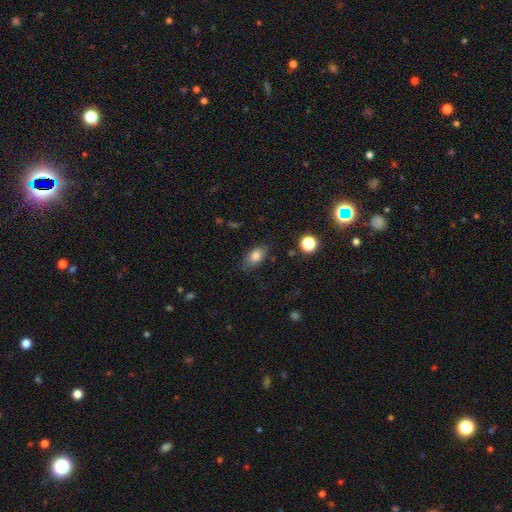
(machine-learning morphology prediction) This is clearly a smooth galaxy (81%). How rounded: clearly in between (87%). Merging: likely none (75%).